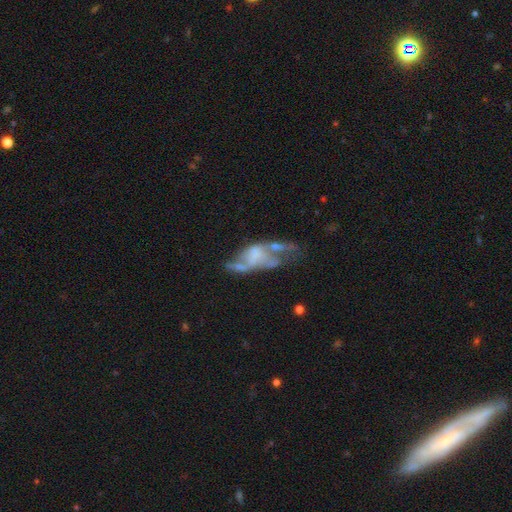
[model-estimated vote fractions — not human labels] A featured or disk galaxy (60%) with no bar (79%), no spiral arms (74%) and no central bulge (64%).

Vote fractions:
- Smooth or featured? featured or disk: 60% / smooth: 28% / star or artifact: 12%
- Edge-on disk? no: 93% / yes: 7%
- Bar? no: 79% / weak: 15% / strong: 6%
- Spiral arms? no: 74% / yes: 26%
- Bulge size? none: 64% / small: 16% / moderate: 12% / large: 6% / dominant: 2%
- Merging? major disturbance: 38% / merger: 26% / none: 21% / minor disturbance: 15%